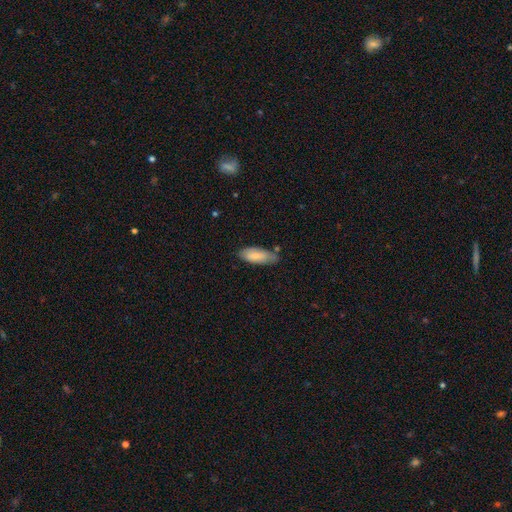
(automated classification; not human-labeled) A smooth galaxy with no disk features (80%) that is in between round and cigar-shaped (75%).

Vote fractions:
- Smooth or featured? smooth: 80% / featured or disk: 14% / star or artifact: 6%
- How rounded? in between: 75% / cigar-shaped: 24% / round: 2%
- Merging? none: 66% / minor disturbance: 25% / merger: 5% / major disturbance: 4%